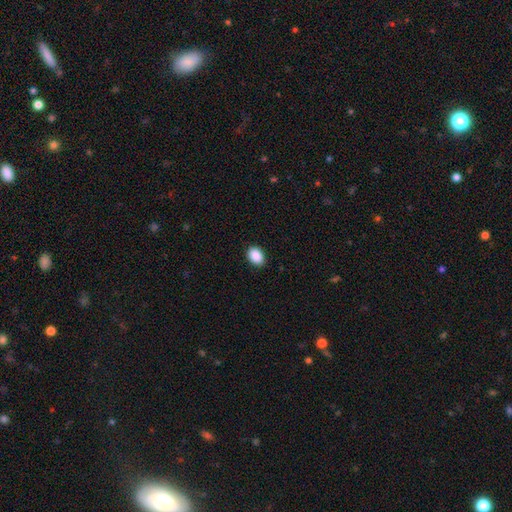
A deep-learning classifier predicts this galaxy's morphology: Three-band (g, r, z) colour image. It shows a smooth galaxy with no disk features (90%) that is in between round and cigar-shaped (80%). Merging: none (89%).